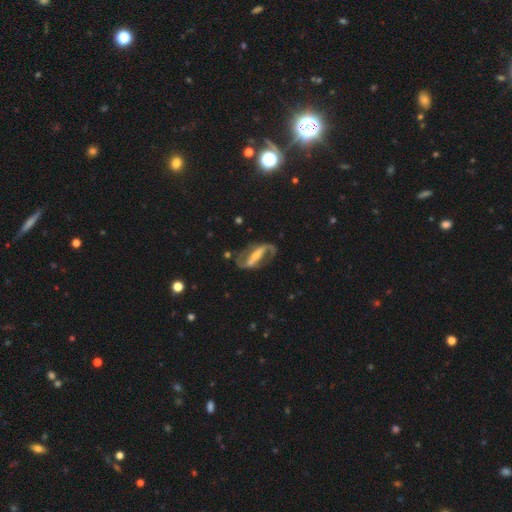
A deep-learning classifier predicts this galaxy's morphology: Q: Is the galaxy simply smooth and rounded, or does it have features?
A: featured or disk — 87%.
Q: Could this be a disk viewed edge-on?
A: no — 92%.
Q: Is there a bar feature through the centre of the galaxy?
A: strong — 73%.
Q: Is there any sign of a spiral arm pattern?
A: yes — 93%.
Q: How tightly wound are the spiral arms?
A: loose — 43%, tied with medium.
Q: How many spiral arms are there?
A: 2 — 90%.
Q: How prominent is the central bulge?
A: small — 40%.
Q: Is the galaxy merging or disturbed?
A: none — 71%.